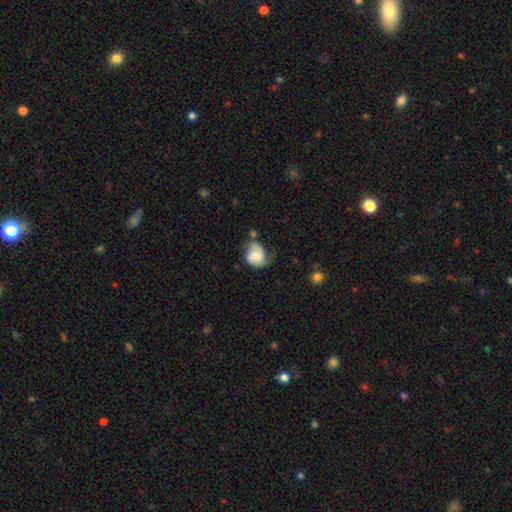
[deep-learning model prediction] A featured or disk galaxy (63%) with no bar (55%), 2 (73%) medium (43%) spiral arms (91%) and a moderate central bulge (33%).

Vote fractions:
- Smooth or featured? featured or disk: 63% / smooth: 30% / star or artifact: 7%
- Edge-on disk? no: 98% / yes: 2%
- Bar? no: 55% / weak: 36% / strong: 9%
- Spiral arms? yes: 91% / no: 9%
- Spiral winding? medium: 43% / tight: 31% / loose: 26%
- Spiral arm count? 2: 73% / 1: 15% / can't tell: 8% / 3: 2% / 4: 1% / more than 4: 1%
- Bulge size? moderate: 33% / small: 25% / large: 20% / none: 18% / dominant: 4%
- Merging? none: 42% / minor disturbance: 32% / major disturbance: 21% / merger: 5%